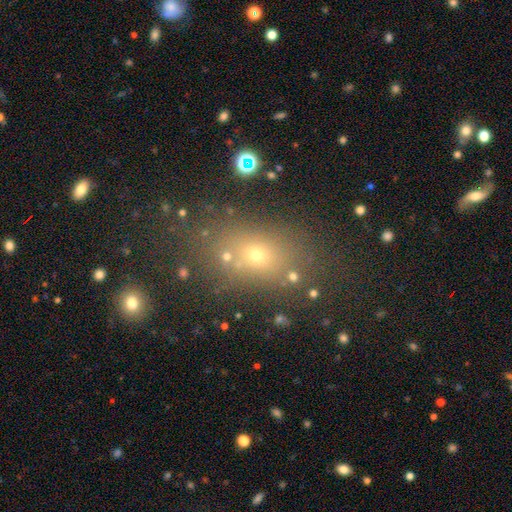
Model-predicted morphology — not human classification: Q: Smooth or featured?
A: smooth (59%); runner-up: star or artifact (27%)
Q: How rounded?
A: in between (63%); runner-up: round (32%)
Q: Merging?
A: none (73%); runner-up: minor disturbance (12%)